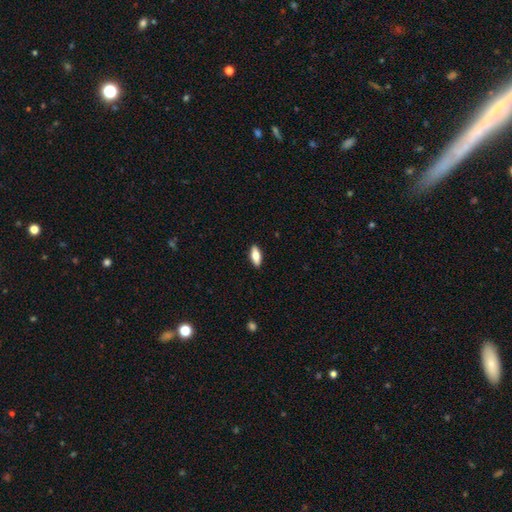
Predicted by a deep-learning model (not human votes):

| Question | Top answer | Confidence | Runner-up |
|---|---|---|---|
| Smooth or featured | smooth | 72% | featured or disk (22%) |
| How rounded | in between | 75% | cigar-shaped (22%) |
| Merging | none | 90% | minor disturbance (7%) |